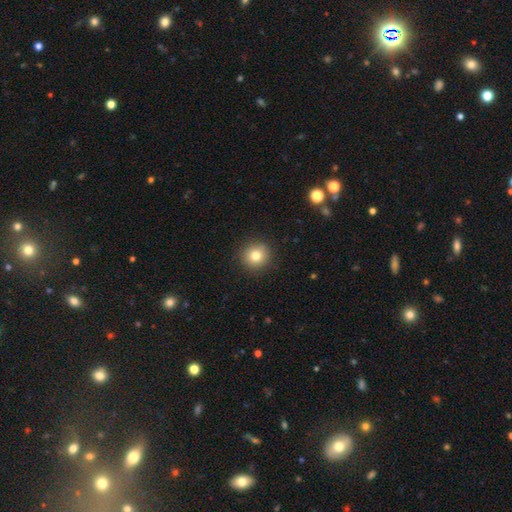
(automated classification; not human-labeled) Smooth or featured? Predicted: smooth (p=0.79). How rounded? Predicted: round (p=0.93). Merging? Predicted: none (p=0.90).